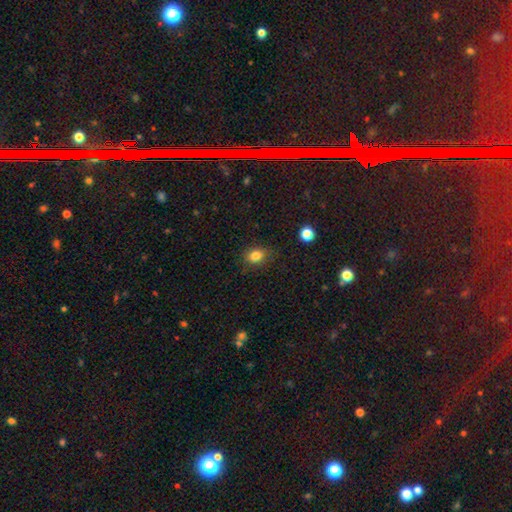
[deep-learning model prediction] A smooth galaxy with no disk features (82%) that is in between round and cigar-shaped (54%).

Vote fractions:
- Smooth or featured? smooth: 82% / star or artifact: 12% / featured or disk: 6%
- How rounded? in between: 54% / round: 45% / cigar-shaped: 1%
- Merging? none: 82% / minor disturbance: 14% / major disturbance: 3% / merger: 1%